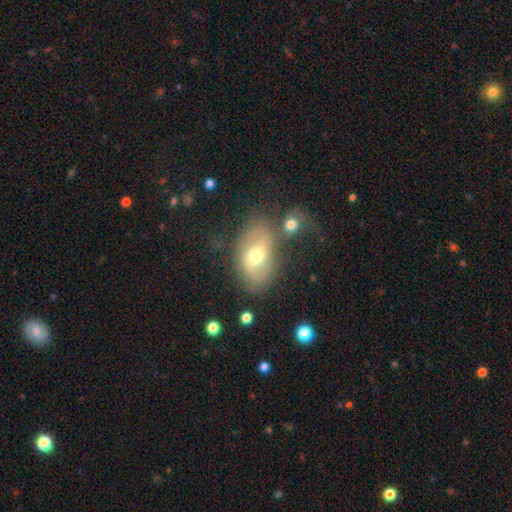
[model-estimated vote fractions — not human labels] This appears to be a featured or disk galaxy (48%). Merging: none (56%).